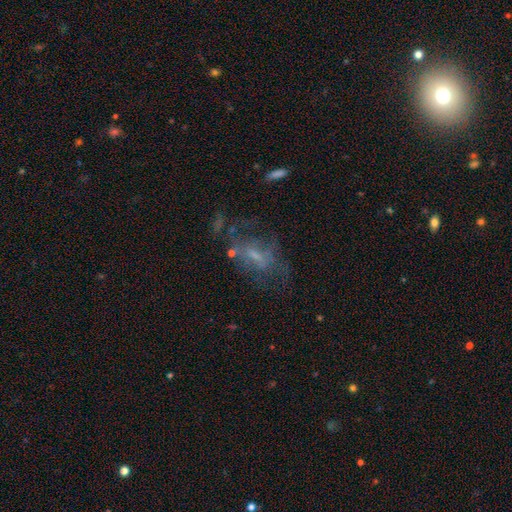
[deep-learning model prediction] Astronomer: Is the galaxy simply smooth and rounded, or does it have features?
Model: featured or disk — 55%.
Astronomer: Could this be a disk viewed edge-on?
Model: no — 94%.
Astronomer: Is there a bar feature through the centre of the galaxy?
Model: no — 50% (runner-up: weak, 39%).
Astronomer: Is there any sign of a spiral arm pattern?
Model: no — 63%.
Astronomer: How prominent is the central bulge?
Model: small — 43% (runner-up: none, 28%).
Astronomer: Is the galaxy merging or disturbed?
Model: none — 43% (runner-up: major disturbance, 33%).